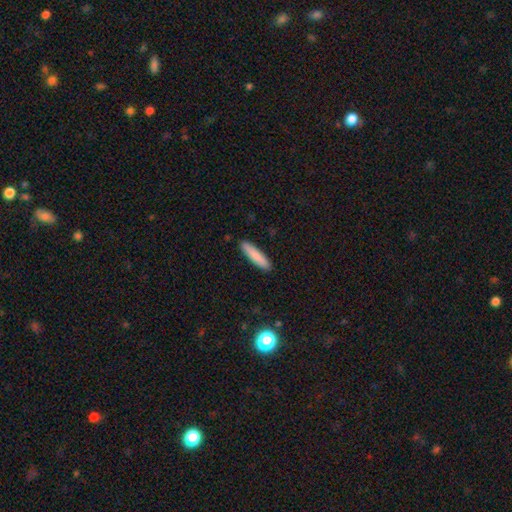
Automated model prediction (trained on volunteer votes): Morphology: type=smooth (85%); roundness=cigar-shaped (85%); merging=none (90%).